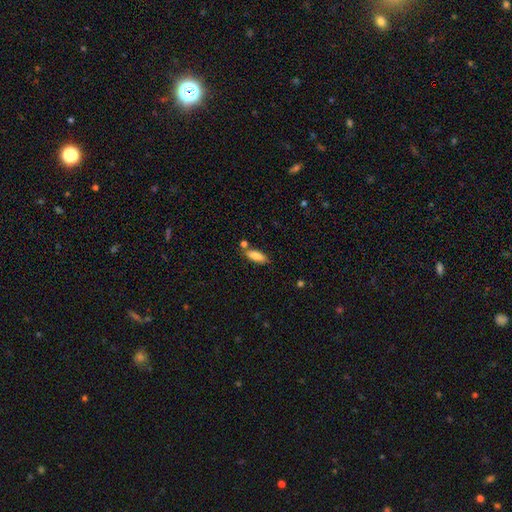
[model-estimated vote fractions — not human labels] Smooth or featured? smooth (83%)
How rounded? in between (72%)
Merging? none (70%)